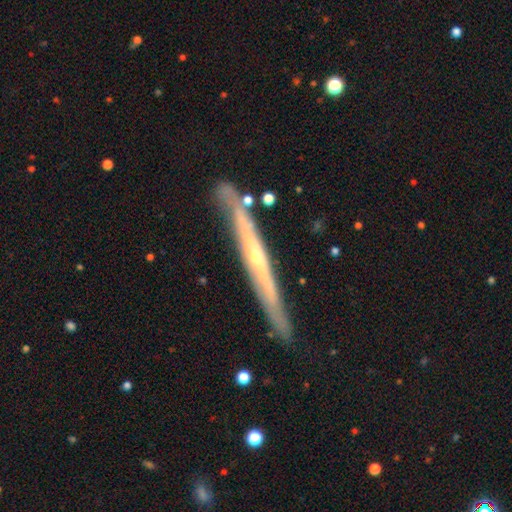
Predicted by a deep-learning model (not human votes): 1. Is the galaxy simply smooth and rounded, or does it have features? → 79% featured or disk, 15% smooth, 6% star or artifact.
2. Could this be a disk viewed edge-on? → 94% yes, 6% no.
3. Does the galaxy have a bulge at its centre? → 58% rounded, 39% none, 3% boxy.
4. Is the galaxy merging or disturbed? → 82% none, 12% minor disturbance, 3% merger, 2% major disturbance.